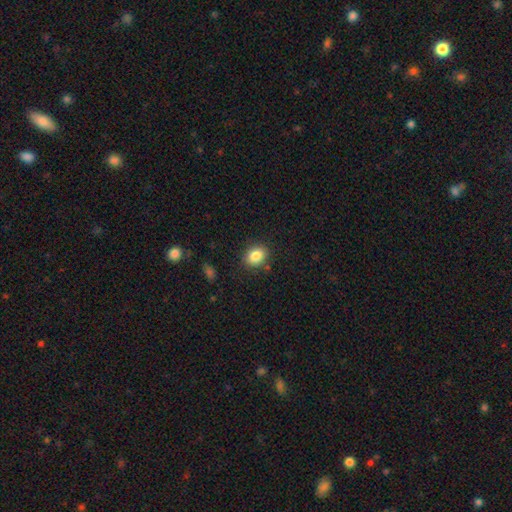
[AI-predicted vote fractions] Smooth or featured: smooth — 85% (star or artifact — 9%)
How rounded: in between — 55% (round — 44%)
Merging: none — 85% (minor disturbance — 11%)